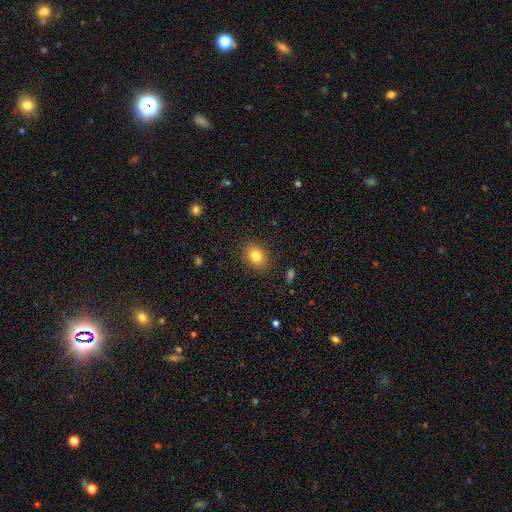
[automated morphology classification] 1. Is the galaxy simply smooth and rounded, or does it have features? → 83% smooth, 10% star or artifact, 8% featured or disk.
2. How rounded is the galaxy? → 59% in between, 40% round, 1% cigar-shaped.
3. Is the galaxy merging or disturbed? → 87% none, 9% minor disturbance, 3% major disturbance, 1% merger.